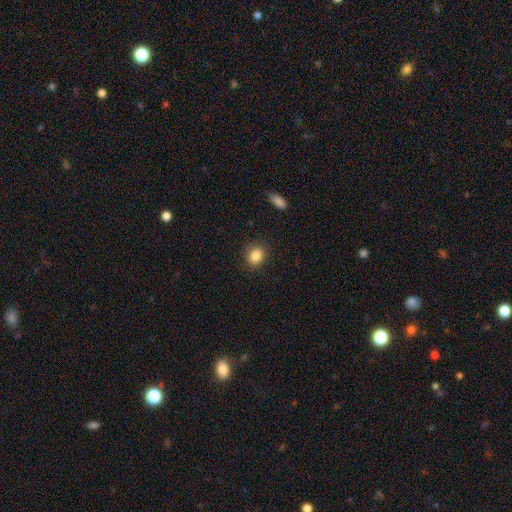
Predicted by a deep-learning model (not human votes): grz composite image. It shows a smooth galaxy with no disk features (86%) that is round (63%). Merging: none (87%).